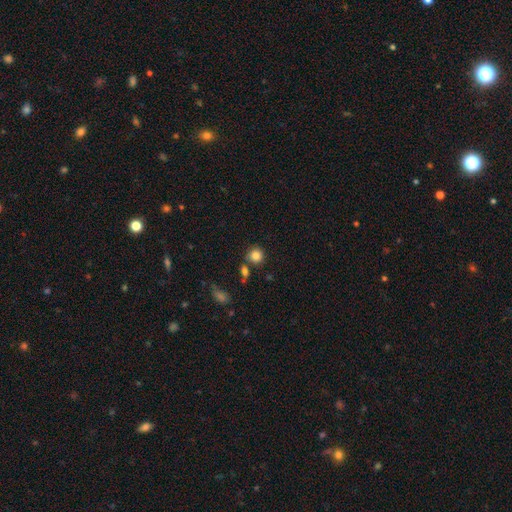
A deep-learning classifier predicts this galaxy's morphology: type=smooth (84%); roundness=round (88%); merging=none (75%).